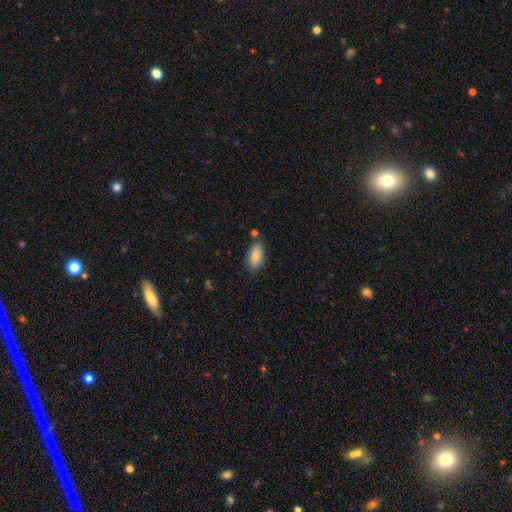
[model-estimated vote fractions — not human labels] Smooth or featured: smooth — 85% (featured or disk — 8%)
How rounded: in between — 90% (cigar-shaped — 7%)
Merging: none — 77% (minor disturbance — 15%)